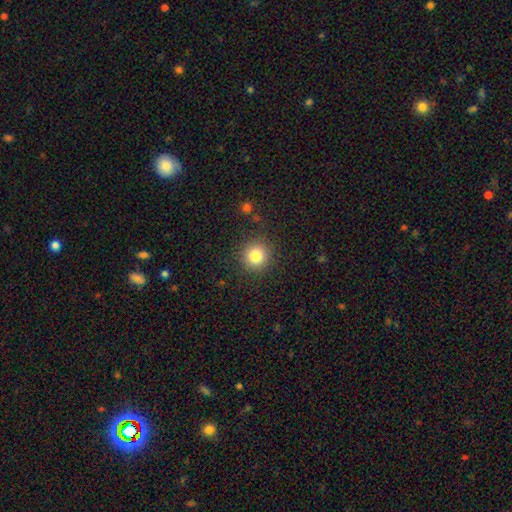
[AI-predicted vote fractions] The model was most divided on "smooth or featured": smooth: 82%, star or artifact: 11%, featured or disk: 6%. More confident: how rounded — round (94%); merging — none (89%).